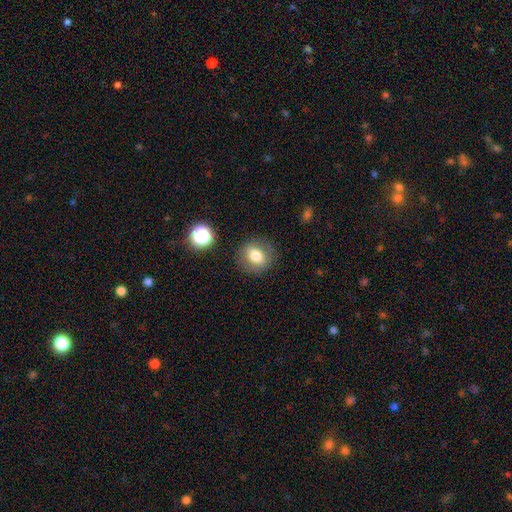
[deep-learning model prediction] Smooth or featured?
  - smooth: 76% *
  - featured or disk: 13%
  - star or artifact: 11%
How rounded?
  - round: 69% *
  - in between: 30%
  - cigar-shaped: 1%
Merging?
  - none: 82% *
  - minor disturbance: 11%
  - major disturbance: 4%
  - merger: 2%